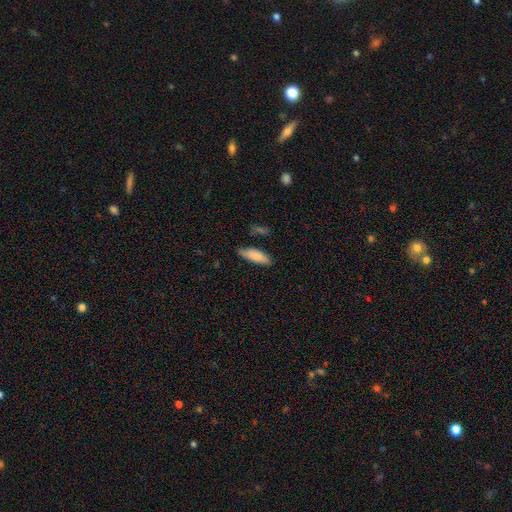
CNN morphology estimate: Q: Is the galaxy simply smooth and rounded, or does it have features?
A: smooth — 82%.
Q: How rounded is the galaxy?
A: in between — 55%.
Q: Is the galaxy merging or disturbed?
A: none — 75%.